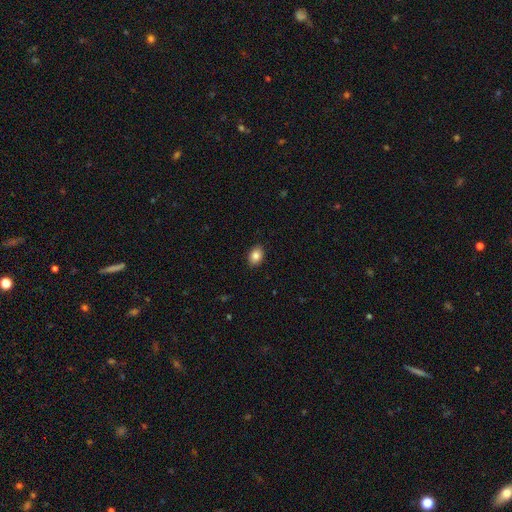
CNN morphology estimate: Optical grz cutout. It shows a smooth galaxy with no disk features (85%) that is in between round and cigar-shaped (75%). Merging: none (89%).